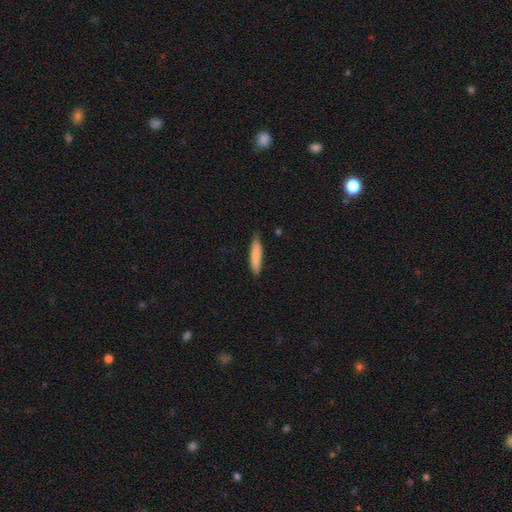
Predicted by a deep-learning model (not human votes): smooth 85%, featured or disk 9%, star or artifact 6%. Down the decision tree: how rounded — cigar-shaped (76%); merging — none (78%).